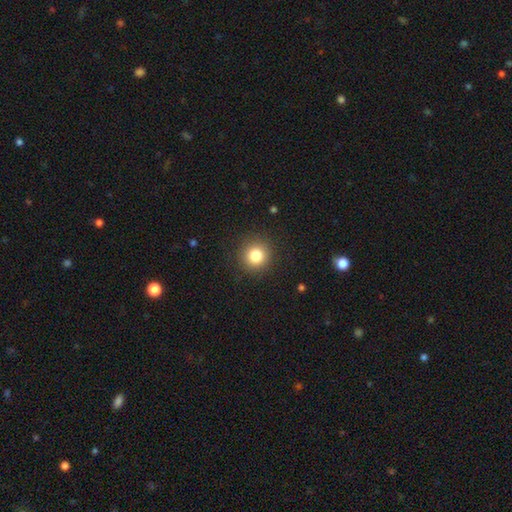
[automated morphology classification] smooth-or-featured: smooth: 82% | star or artifact: 12% | featured or disk: 7%
  how-rounded: round: 93% | in between: 6% | cigar-shaped: 1%
  merging: none: 90% | minor disturbance: 6% | major disturbance: 3% | merger: 1%